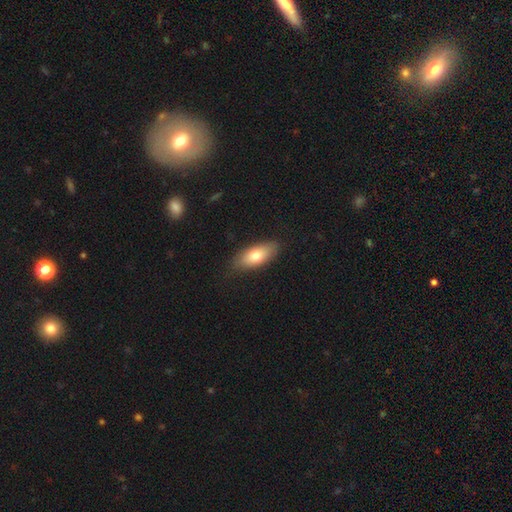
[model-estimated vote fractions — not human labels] Smooth or featured: smooth — 75% (featured or disk — 19%)
How rounded: in between — 82% (cigar-shaped — 15%)
Merging: none — 84% (minor disturbance — 13%)